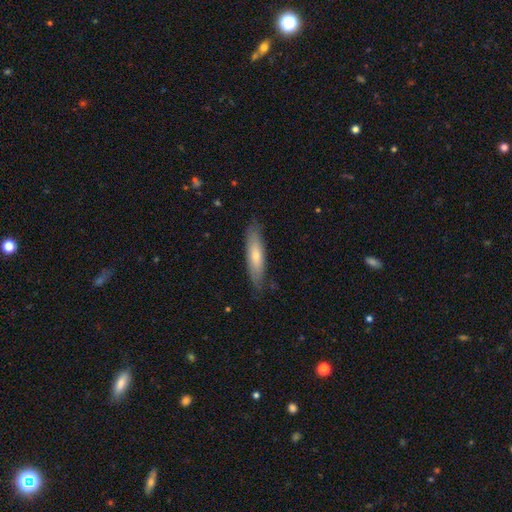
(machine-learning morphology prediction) Overall: smooth (64%; featured or disk 31%). How rounded: cigar-shaped (70%). Merging: none (80%).